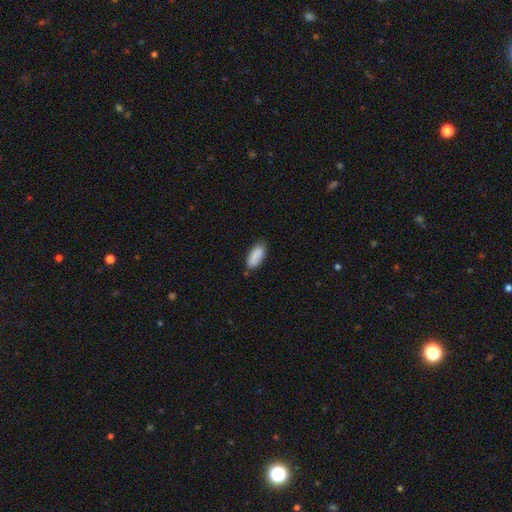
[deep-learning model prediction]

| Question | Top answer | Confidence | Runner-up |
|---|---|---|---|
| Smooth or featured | smooth | 87% | star or artifact (7%) |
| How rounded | in between | 84% | cigar-shaped (14%) |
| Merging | none | 74% | minor disturbance (20%) |